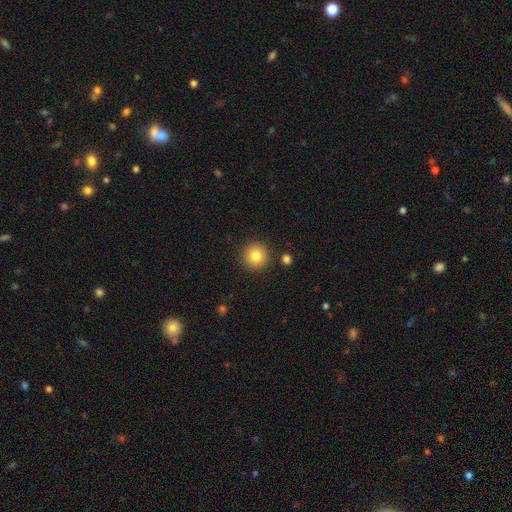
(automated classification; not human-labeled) Overall: smooth (83%). How rounded: round (95%). Merging: none (90%).